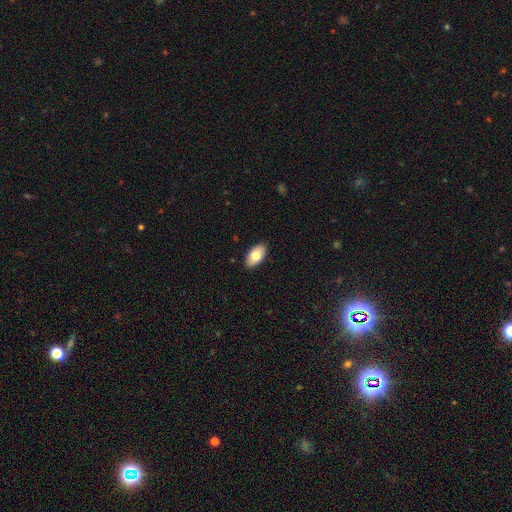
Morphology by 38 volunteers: smooth_or_featured: smooth (p=0.71) [alt: featured or disk p=0.24]
how_rounded: in between (p=0.96) [alt: cigar-shaped p=0.04]
merging: none (p=0.92) [alt: minor disturbance p=0.06]